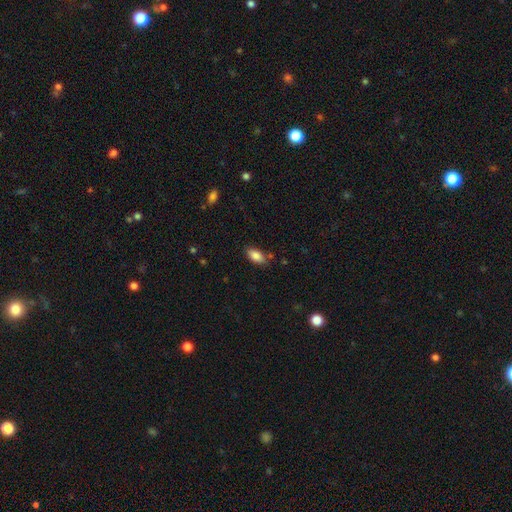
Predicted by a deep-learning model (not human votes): Smooth or featured? smooth (84%)
How rounded? in between (91%)
Merging? none (80%)